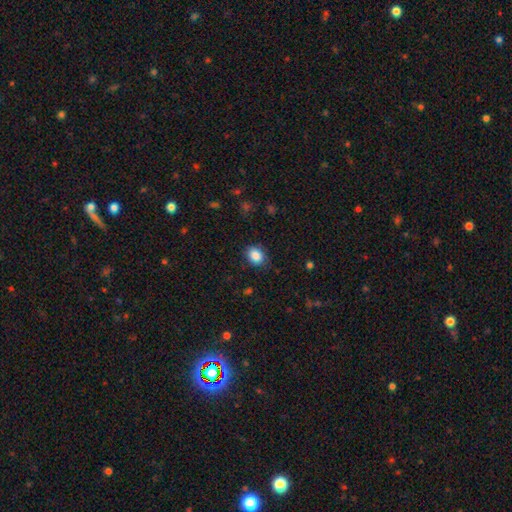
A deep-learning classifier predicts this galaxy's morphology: The model was most divided on "how rounded": in between: 55%, round: 44%, cigar-shaped: 1%. More confident: smooth or featured — smooth (87%); merging — none (80%).